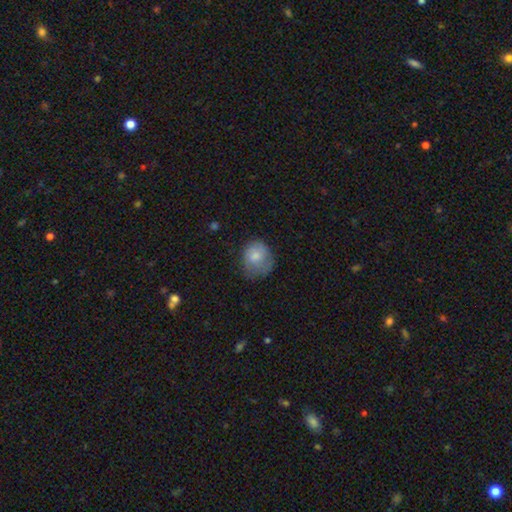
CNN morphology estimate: Smooth or featured?
  - smooth: 75% *
  - featured or disk: 18%
  - star or artifact: 7%
How rounded?
  - round: 67% *
  - in between: 32%
  - cigar-shaped: 1%
Merging?
  - none: 48% *
  - minor disturbance: 35%
  - major disturbance: 16%
  - merger: 2%